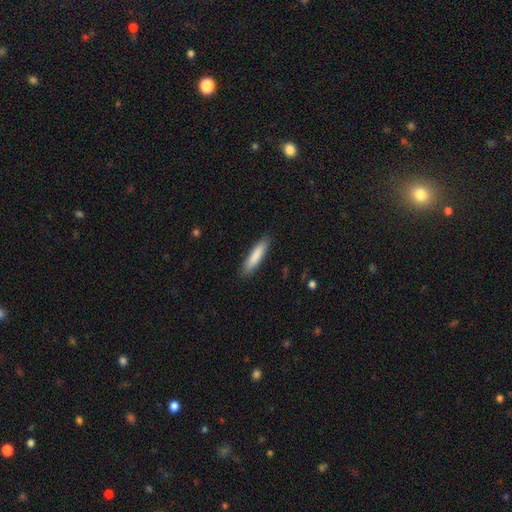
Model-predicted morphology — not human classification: Smooth or featured?
  - smooth: 85% *
  - featured or disk: 10%
  - star or artifact: 5%
How rounded?
  - cigar-shaped: 82% *
  - in between: 17%
  - round: 1%
Merging?
  - none: 88% *
  - minor disturbance: 9%
  - major disturbance: 2%
  - merger: 1%